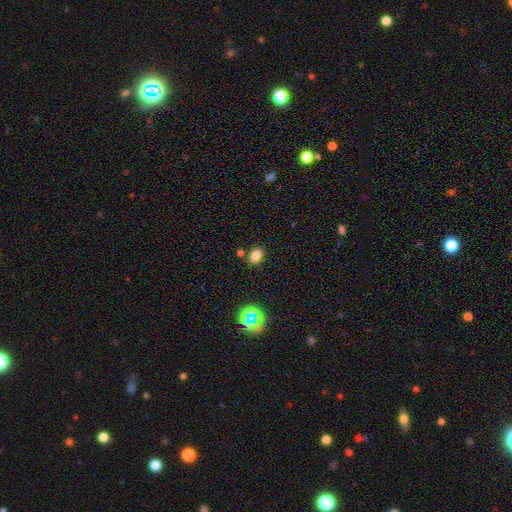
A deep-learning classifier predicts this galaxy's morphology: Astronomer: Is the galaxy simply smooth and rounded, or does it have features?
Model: smooth — 77%.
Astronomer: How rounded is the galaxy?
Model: in between — 67%.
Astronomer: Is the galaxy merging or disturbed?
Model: none — 81%.